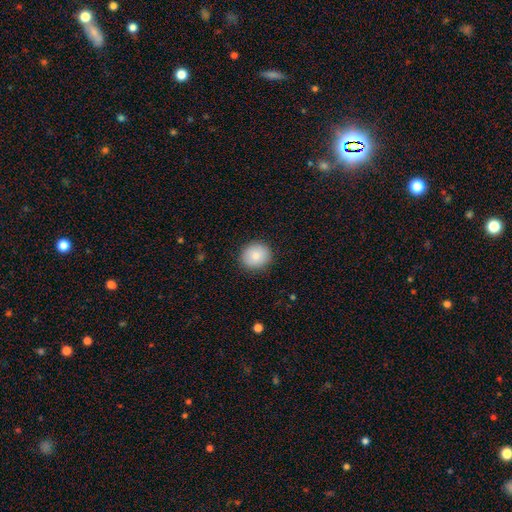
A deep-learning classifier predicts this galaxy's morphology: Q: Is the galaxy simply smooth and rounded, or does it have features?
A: smooth — 83%.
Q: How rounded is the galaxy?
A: round — 83%.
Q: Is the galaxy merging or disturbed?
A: none — 90%.